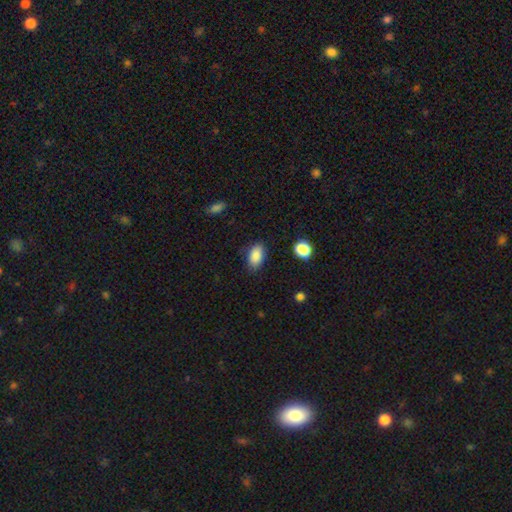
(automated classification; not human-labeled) Smooth or featured: smooth — 88% (star or artifact — 8%)
How rounded: in between — 92% (round — 6%)
Merging: none — 82% (minor disturbance — 13%)